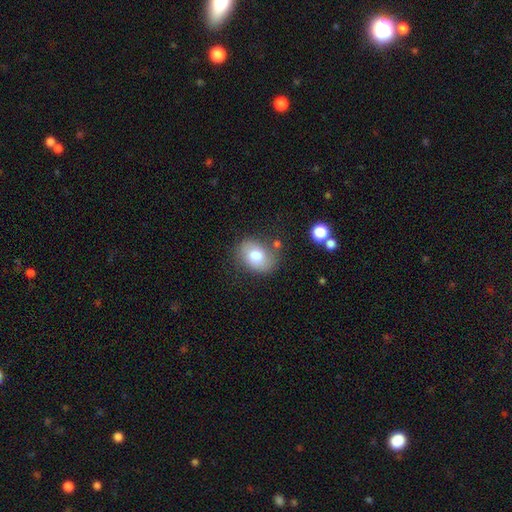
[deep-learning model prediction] This appears to be a smooth galaxy with no disk features (72%) that is in between round and cigar-shaped (66%). Merging: none (69%).